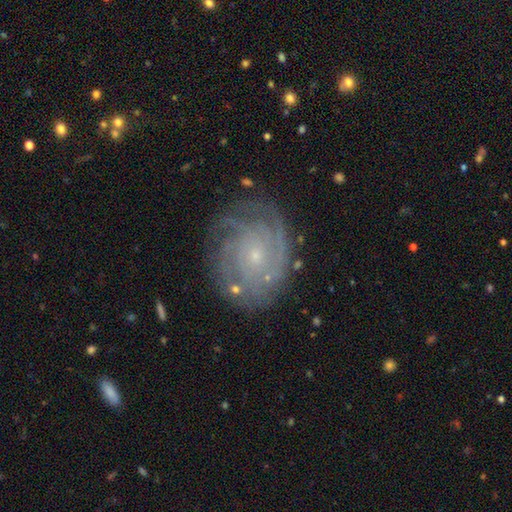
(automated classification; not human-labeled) Morphology: type=featured or disk (82%); edge-on=no (97%); bar=no (80%); spiral arms=yes (95%); winding=tight (76%); arm count=can't tell (34%); bulge=small (82%); merging=none (76%).